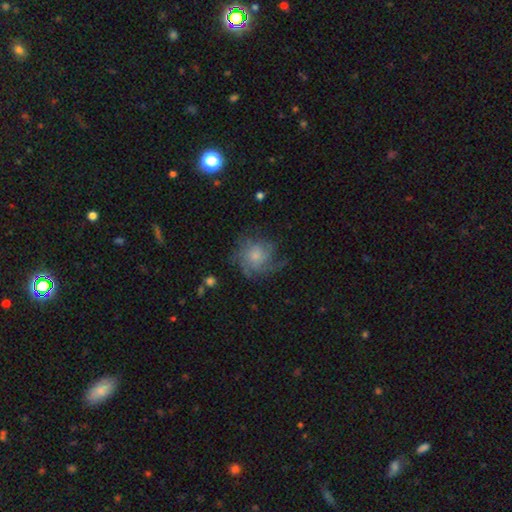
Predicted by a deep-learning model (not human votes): This is possibly a featured or disk galaxy (48%). Merging: possibly none (60%).